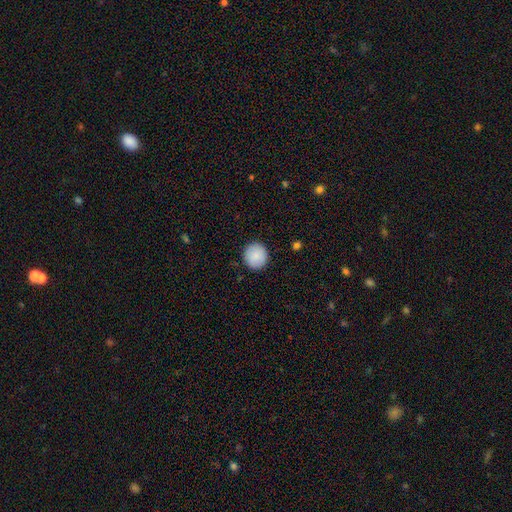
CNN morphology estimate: This is clearly a smooth galaxy (89%). How rounded: clearly round (92%). Merging: clearly none (91%).